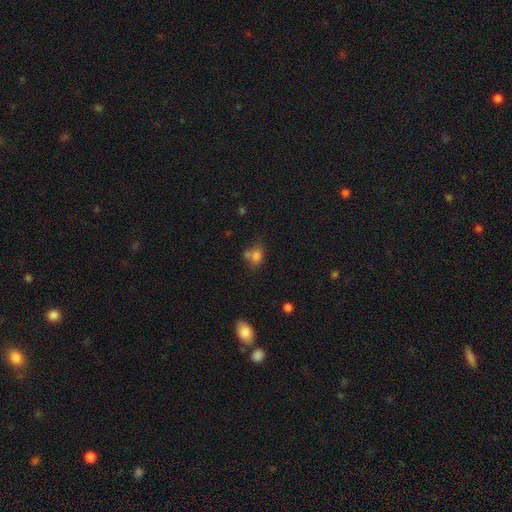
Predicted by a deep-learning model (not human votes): Smooth or featured?
  - smooth: 77% *
  - star or artifact: 13%
  - featured or disk: 10%
How rounded?
  - in between: 65% *
  - round: 33%
  - cigar-shaped: 2%
Merging?
  - none: 47% *
  - merger: 28%
  - minor disturbance: 18%
  - major disturbance: 7%